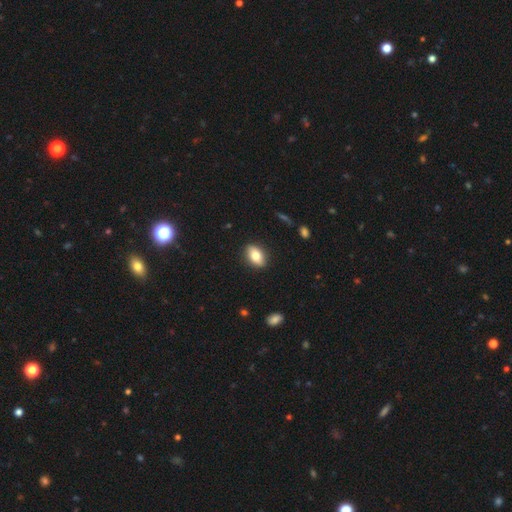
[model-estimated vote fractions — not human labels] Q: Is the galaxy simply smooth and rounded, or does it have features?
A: smooth — 77%.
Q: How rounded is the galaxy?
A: in between — 86%.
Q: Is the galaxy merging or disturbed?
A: none — 88%.